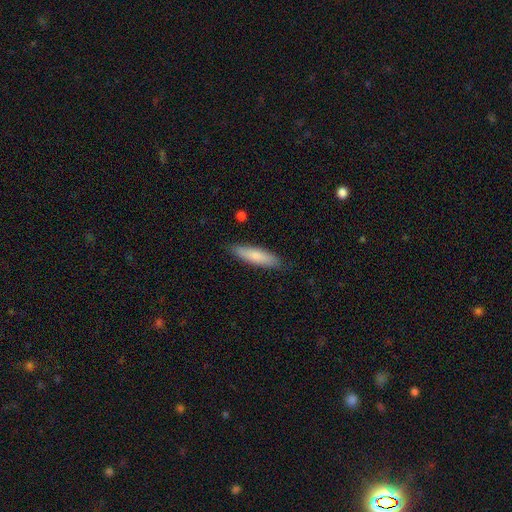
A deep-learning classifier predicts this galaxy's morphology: A smooth galaxy with no disk features (79%) that is cigar-shaped (67%).

Vote fractions:
- Smooth or featured? smooth: 79% / featured or disk: 16% / star or artifact: 6%
- How rounded? cigar-shaped: 67% / in between: 32% / round: 1%
- Merging? none: 86% / minor disturbance: 11% / major disturbance: 2% / merger: 1%